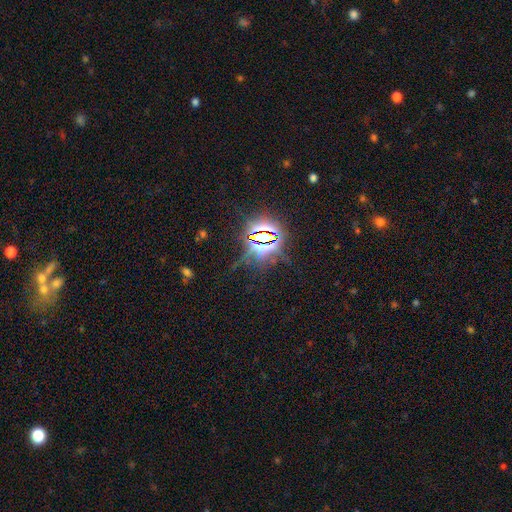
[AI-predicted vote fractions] Smooth or featured?
  - star or artifact: 84% *
  - smooth: 9%
  - featured or disk: 7%